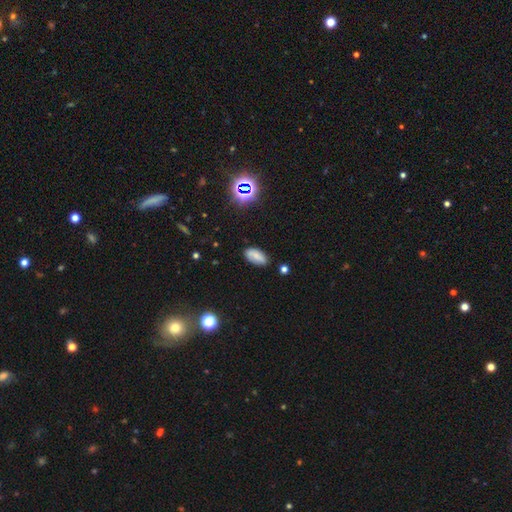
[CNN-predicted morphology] type=smooth (67%); roundness=in between (92%); merging=none (78%).